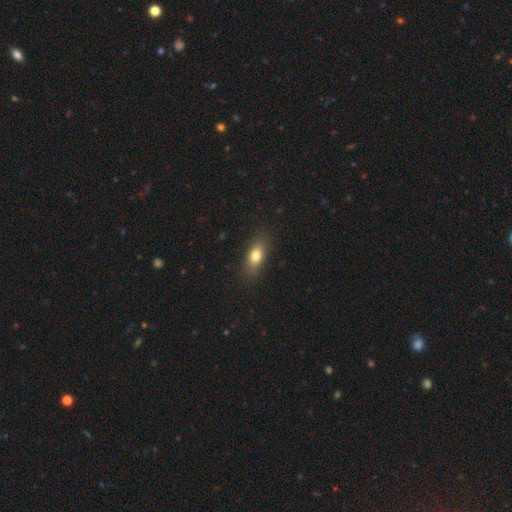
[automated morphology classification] A smooth galaxy with no disk features (78%) that is in between round and cigar-shaped (78%).

Vote fractions:
- Smooth or featured? smooth: 78% / featured or disk: 13% / star or artifact: 9%
- How rounded? in between: 78% / cigar-shaped: 14% / round: 8%
- Merging? none: 83% / minor disturbance: 12% / major disturbance: 4% / merger: 1%